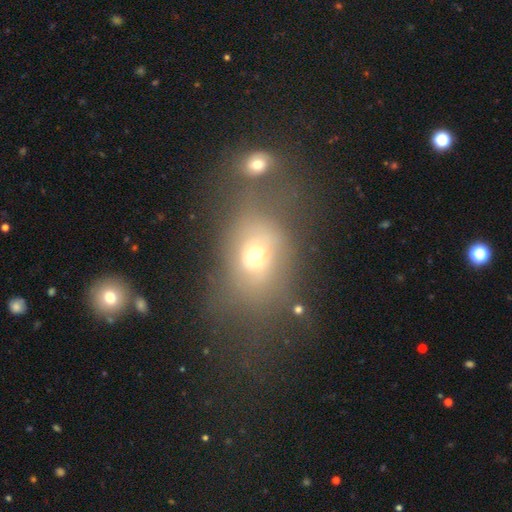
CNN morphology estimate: smooth 59%, featured or disk 24%, star or artifact 17%. Down the decision tree: how rounded — in between (62%); merging — none (41%).